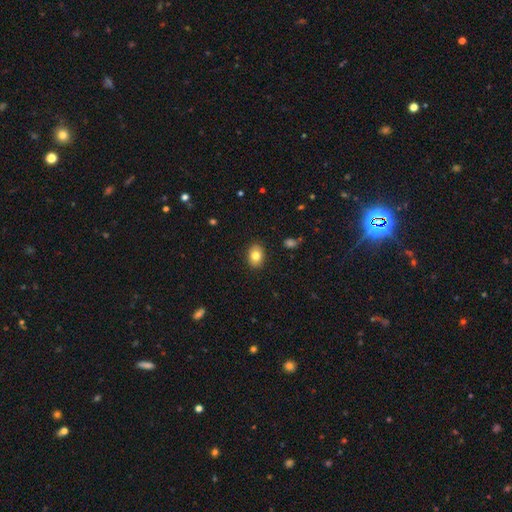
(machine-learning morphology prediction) type=smooth (80%); roundness=in between (72%); merging=none (89%).